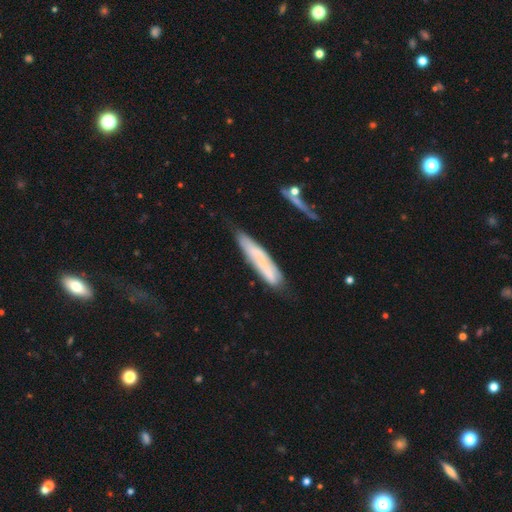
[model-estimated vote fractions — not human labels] Smooth or featured?
  - smooth: 52% *
  - featured or disk: 38%
  - star or artifact: 10%
How rounded?
  - cigar-shaped: 87% *
  - in between: 12%
  - round: 2%
Merging?
  - none: 63% *
  - minor disturbance: 23%
  - major disturbance: 8%
  - merger: 5%